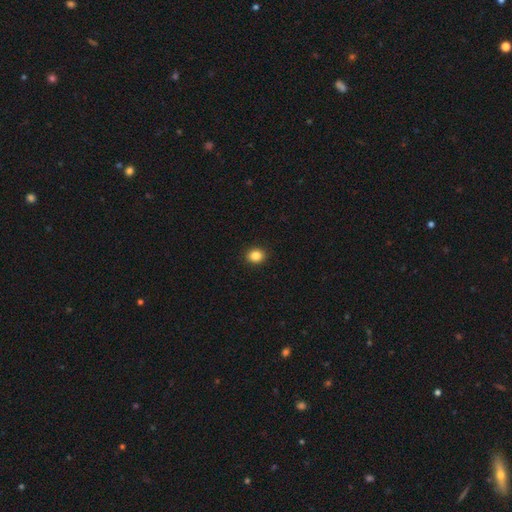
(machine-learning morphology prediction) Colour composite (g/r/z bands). It shows a smooth galaxy with no disk features (85%) that is round (66%). Merging: none (92%).